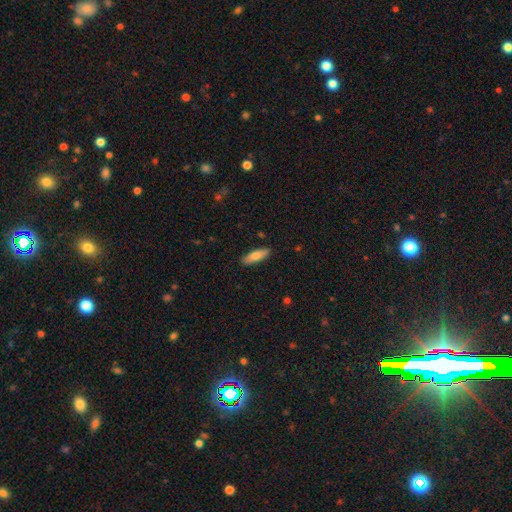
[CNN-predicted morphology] Smooth or featured?
  - smooth: 79% *
  - featured or disk: 15%
  - star or artifact: 6%
How rounded?
  - in between: 50% *
  - cigar-shaped: 48%
  - round: 2%
Merging?
  - none: 89% *
  - minor disturbance: 8%
  - major disturbance: 2%
  - merger: 1%